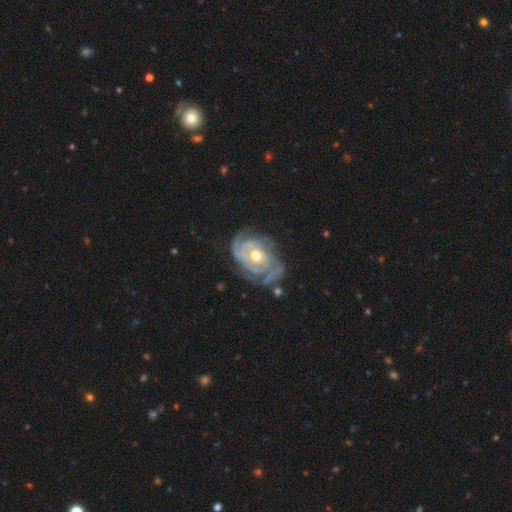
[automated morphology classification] smooth-or-featured: featured or disk: 89% | smooth: 6% | star or artifact: 5%
  disk-edge-on: no: 97% | yes: 3%
    bar: no: 75% | weak: 19% | strong: 6%
    has-spiral-arms: yes: 96% | no: 4%
      spiral-winding: tight: 72% | medium: 23% | loose: 5%
      spiral-arm-count: 3: 32% | can't tell: 25% | 2: 19% | 4: 12% | more than 4: 6% | 1: 6%
    bulge-size: moderate: 74% | small: 20% | large: 5% | none: 1% | dominant: 1%
  merging: none: 67% | minor disturbance: 22% | major disturbance: 10% | merger: 2%